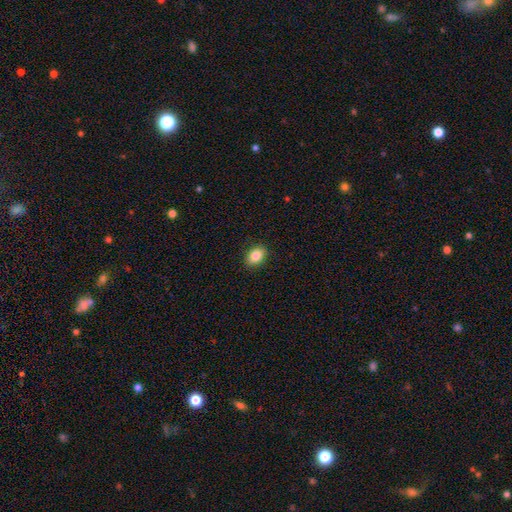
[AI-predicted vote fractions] The model was most divided on "how rounded": in between: 81%, round: 18%, cigar-shaped: 1%. More confident: merging — none (90%); smooth or featured — smooth (85%).